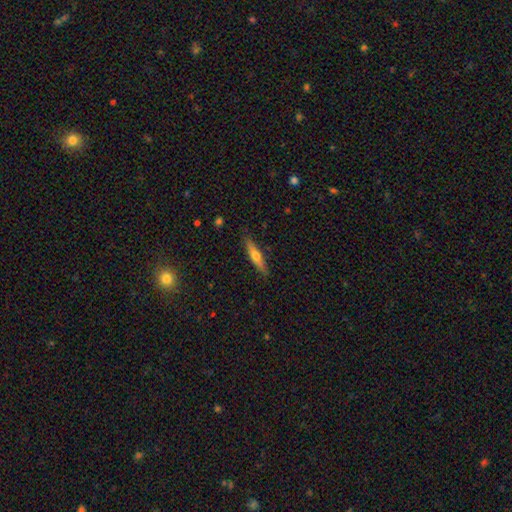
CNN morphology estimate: Q: Smooth or featured?
A: featured or disk (47%); runner-up: smooth (46%)
Q: Merging?
A: none (87%); runner-up: minor disturbance (9%)